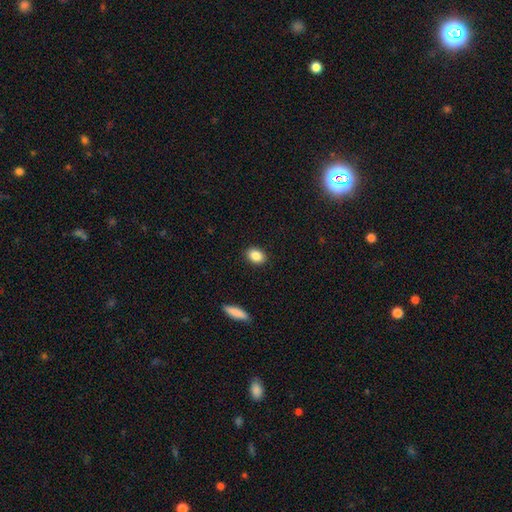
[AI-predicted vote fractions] Smooth or featured: smooth — 87% (star or artifact — 8%)
How rounded: in between — 73% (round — 25%)
Merging: none — 90% (minor disturbance — 7%)